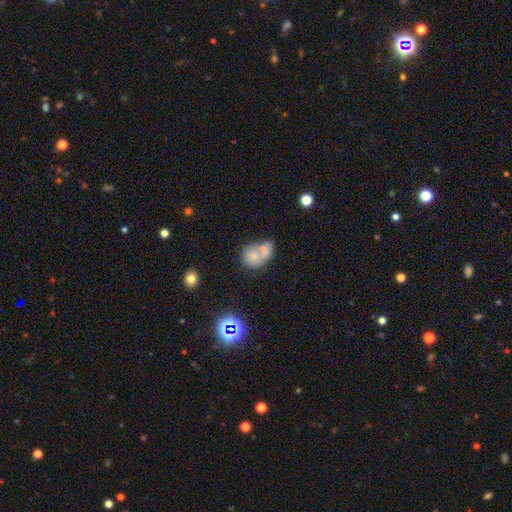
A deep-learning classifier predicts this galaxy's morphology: smooth_or_featured: smooth (p=0.65) [alt: featured or disk p=0.22]
how_rounded: round (p=0.56) [alt: in between p=0.43]
merging: merger (p=0.63) [alt: none p=0.23]